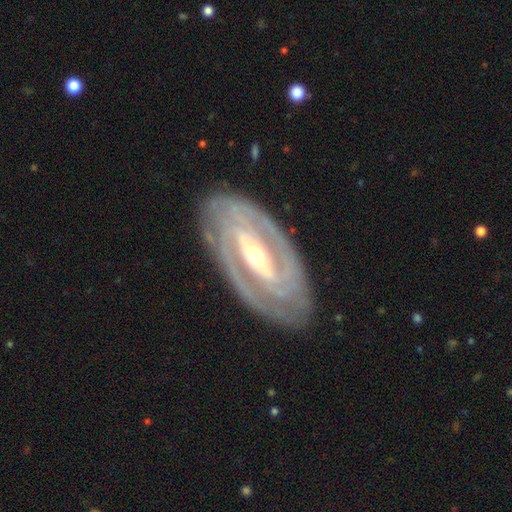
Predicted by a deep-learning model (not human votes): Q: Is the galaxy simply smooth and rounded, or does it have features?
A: featured or disk — 91%.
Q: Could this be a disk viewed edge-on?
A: no — 94%.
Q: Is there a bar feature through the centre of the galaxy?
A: strong — 58%.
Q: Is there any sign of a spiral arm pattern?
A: yes — 97%.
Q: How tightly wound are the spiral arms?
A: tight — 70%.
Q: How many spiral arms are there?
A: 2 — 47%.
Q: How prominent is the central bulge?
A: moderate — 50%.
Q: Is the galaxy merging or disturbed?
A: none — 82%.